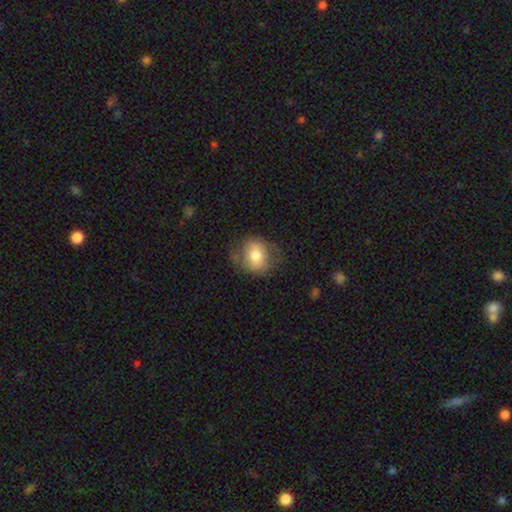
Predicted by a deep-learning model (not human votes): The model was most divided on "how rounded": round: 59%, in between: 40%, cigar-shaped: 1%. More confident: smooth or featured — smooth (74%); merging — none (67%).